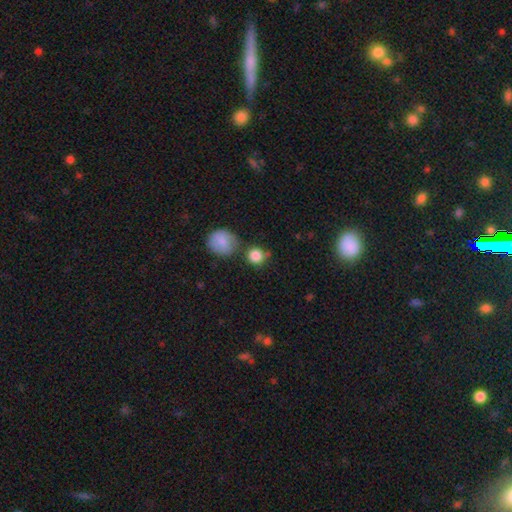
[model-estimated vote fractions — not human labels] Morphology: type=smooth (85%); roundness=round (89%); merging=none (66%).